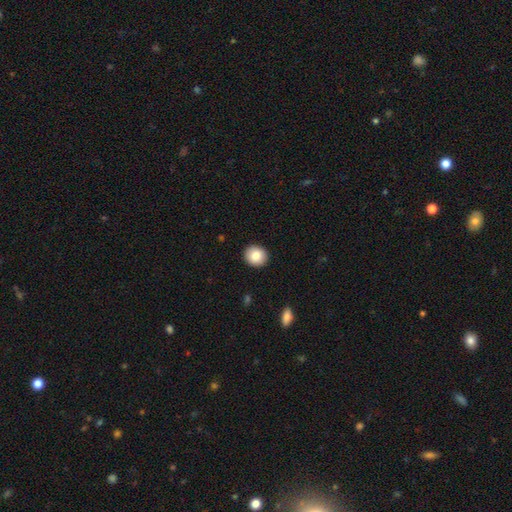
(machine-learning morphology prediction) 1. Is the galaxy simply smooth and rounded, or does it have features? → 85% smooth, 8% star or artifact, 7% featured or disk.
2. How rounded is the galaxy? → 76% round, 23% in between, 1% cigar-shaped.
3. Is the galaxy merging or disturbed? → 92% none, 6% minor disturbance, 2% major disturbance, 1% merger.